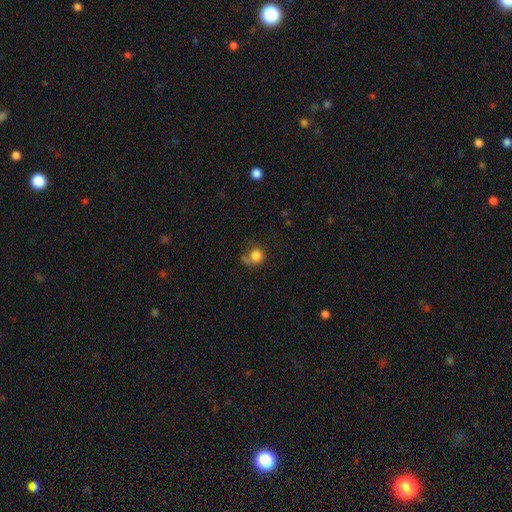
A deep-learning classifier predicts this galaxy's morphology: type=smooth (81%); roundness=round (83%); merging=none (49%).